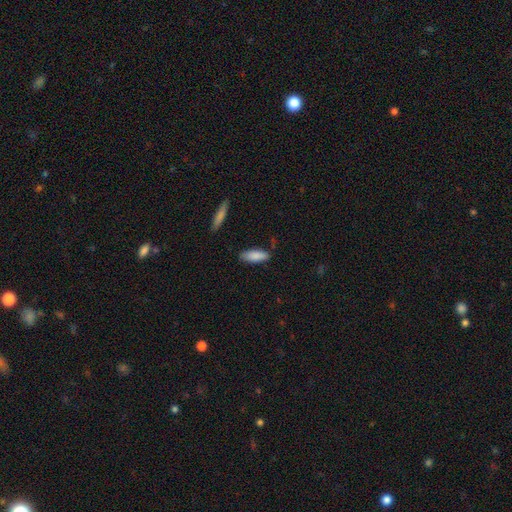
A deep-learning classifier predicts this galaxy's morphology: The model was most divided on "how rounded": in between: 66%, cigar-shaped: 32%, round: 2%. More confident: smooth or featured — smooth (86%); merging — none (81%).